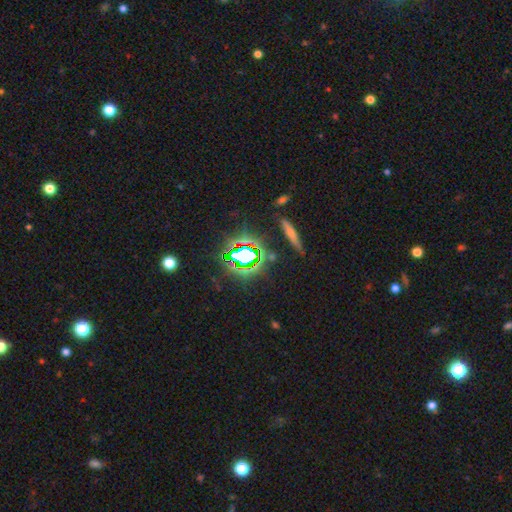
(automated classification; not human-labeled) This is likely a star or artifact rather than a galaxy (73%).